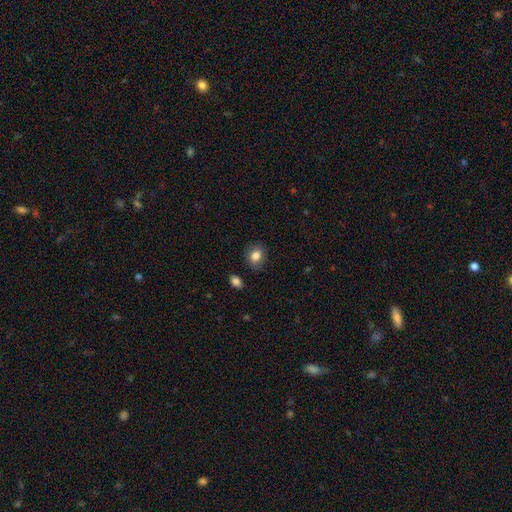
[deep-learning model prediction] Smooth or featured? smooth (83%)
How rounded? in between (51%)
Merging? none (85%)